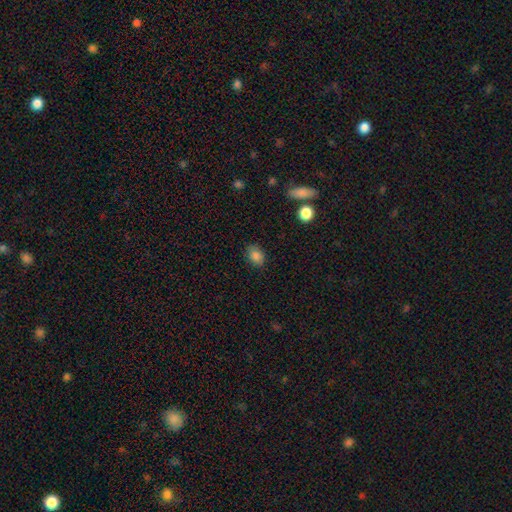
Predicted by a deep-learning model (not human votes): Smooth or featured?
  - smooth: 84% *
  - star or artifact: 10%
  - featured or disk: 6%
How rounded?
  - in between: 72% *
  - round: 27%
  - cigar-shaped: 1%
Merging?
  - none: 84% *
  - minor disturbance: 12%
  - major disturbance: 3%
  - merger: 1%